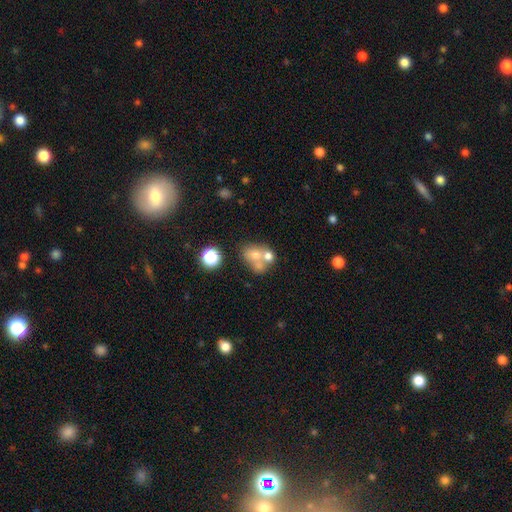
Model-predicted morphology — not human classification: Q: Smooth or featured?
A: smooth (60%); runner-up: featured or disk (25%)
Q: How rounded?
A: round (53%); runner-up: in between (45%)
Q: Merging?
A: merger (54%); runner-up: none (30%)